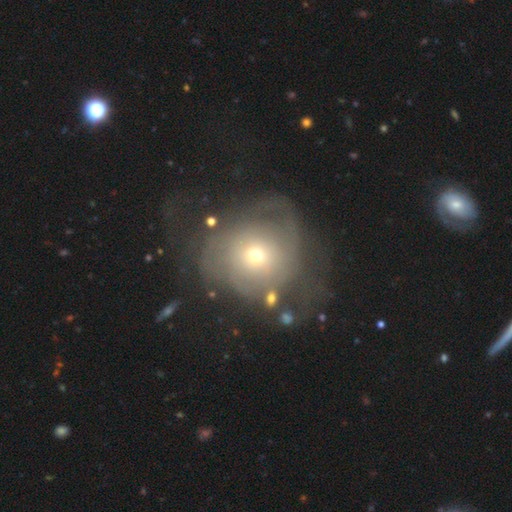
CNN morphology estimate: Smooth or featured? Predicted: featured or disk (p=0.48). Merging? Predicted: none (p=0.38, tied with major disturbance).